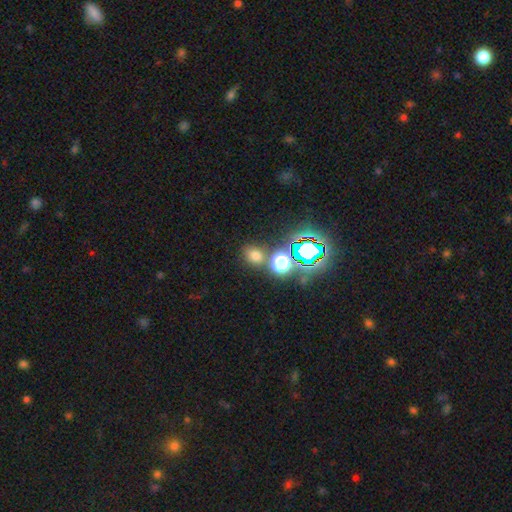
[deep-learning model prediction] smooth_or_featured: smooth (p=0.63) [alt: star or artifact p=0.30]
how_rounded: round (p=0.60) [alt: in between p=0.38]
merging: none (p=0.74) [alt: merger p=0.12]